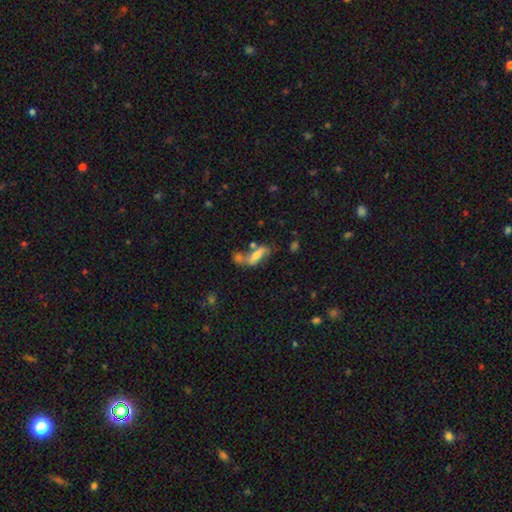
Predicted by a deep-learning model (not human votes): A smooth galaxy with no disk features (54%) that is in between round and cigar-shaped (60%). Merging: merger (36%).